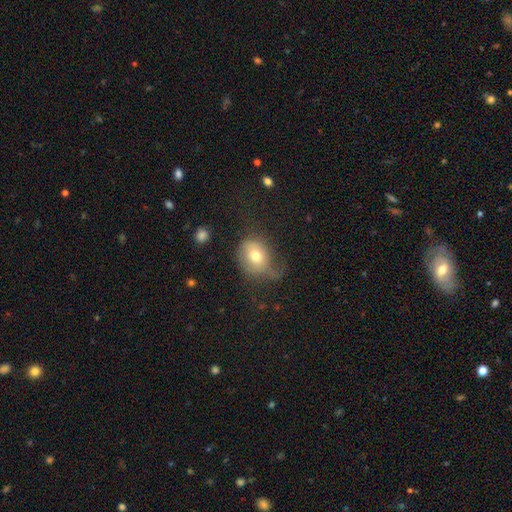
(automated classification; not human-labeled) Overall: smooth (69%). How rounded: in between (52%; round 46%). Merging: none (36%; minor disturbance 33%).